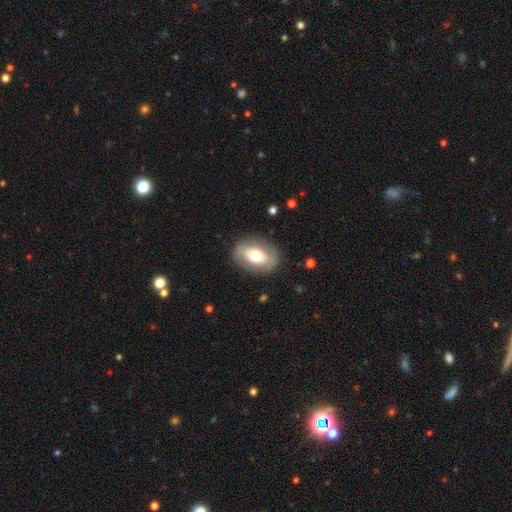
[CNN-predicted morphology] Overall: smooth (58%; featured or disk 35%). How rounded: in between (78%). Merging: none (83%).